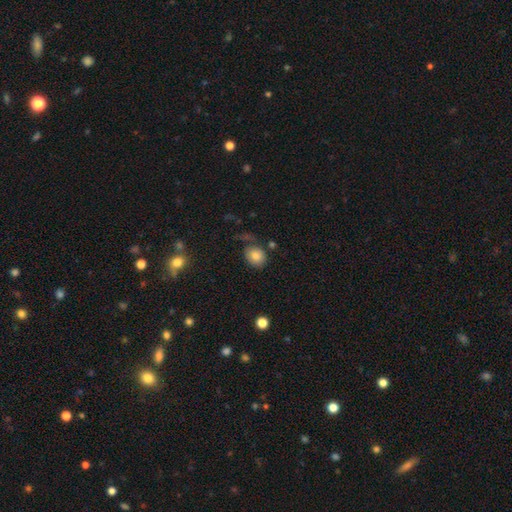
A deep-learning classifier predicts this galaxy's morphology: Smooth or featured?
  - smooth: 79% *
  - featured or disk: 10%
  - star or artifact: 10%
How rounded?
  - round: 58% *
  - in between: 41%
  - cigar-shaped: 1%
Merging?
  - none: 65% *
  - minor disturbance: 18%
  - major disturbance: 10%
  - merger: 7%